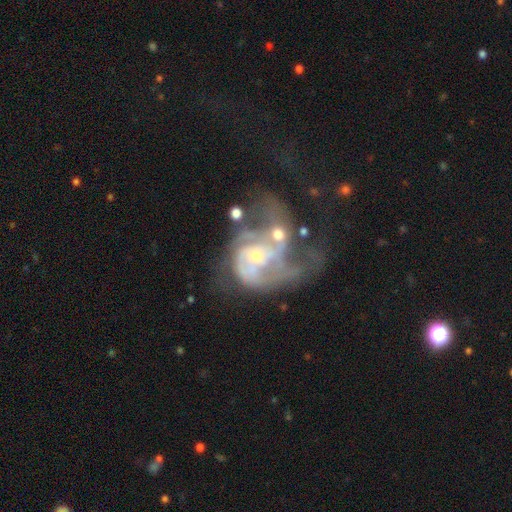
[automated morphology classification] Smooth or featured? Predicted: featured or disk (p=0.81). Edge-on disk? Predicted: no (p=0.98). Bar? Predicted: no (p=0.70). Spiral arms? Predicted: yes (p=0.83). Spiral winding? Predicted: medium (p=0.43). Spiral arm count? Predicted: can't tell (p=0.32). Bulge size? Predicted: small (p=0.52). Merging? Predicted: merger (p=0.44).